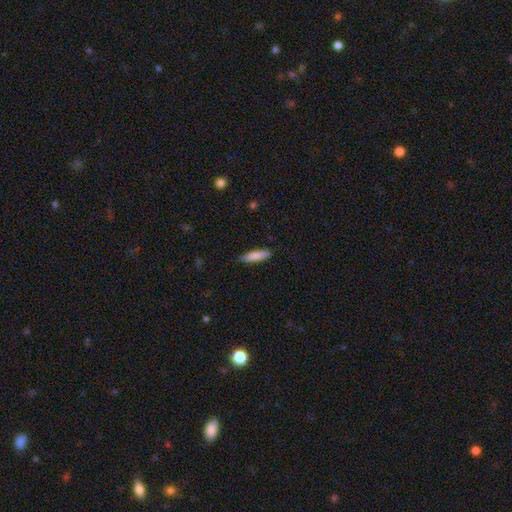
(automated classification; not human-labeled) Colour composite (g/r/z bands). It shows a smooth galaxy with no disk features (83%) that is cigar-shaped (76%). Merging: none (86%).